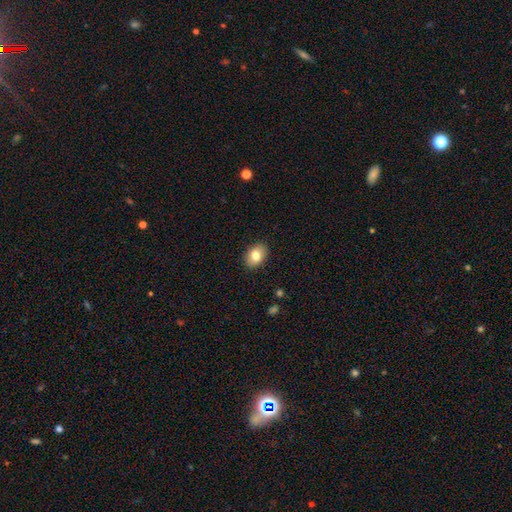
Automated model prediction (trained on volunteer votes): Smooth or featured? Predicted: smooth (p=0.81). How rounded? Predicted: in between (p=0.77). Merging? Predicted: none (p=0.89).